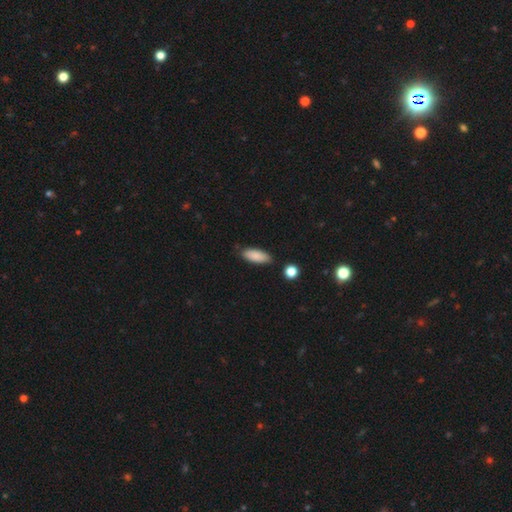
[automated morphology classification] Q: Smooth or featured?
A: smooth (88%); runner-up: star or artifact (6%)
Q: How rounded?
A: in between (75%); runner-up: cigar-shaped (23%)
Q: Merging?
A: none (83%); runner-up: minor disturbance (12%)